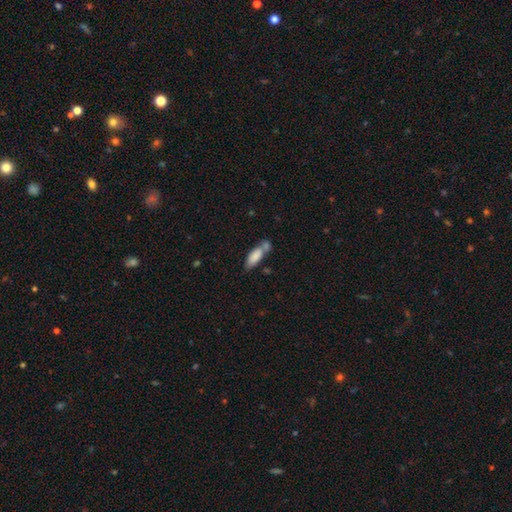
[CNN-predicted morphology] A smooth galaxy with no disk features (83%) that is in between round and cigar-shaped (75%).

Vote fractions:
- Smooth or featured? smooth: 83% / featured or disk: 10% / star or artifact: 7%
- How rounded? in between: 75% / cigar-shaped: 23% / round: 2%
- Merging? merger: 40% / none: 39% / minor disturbance: 15% / major disturbance: 5%